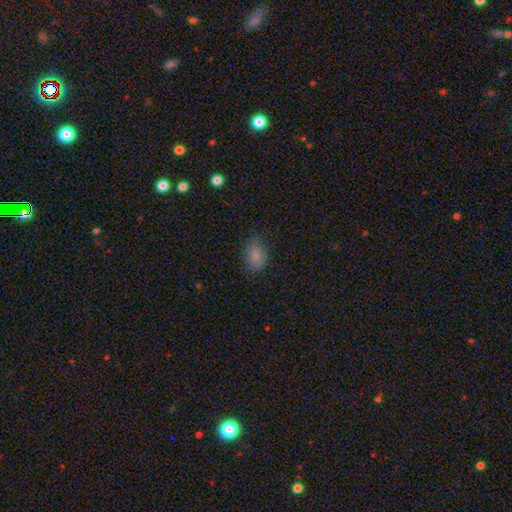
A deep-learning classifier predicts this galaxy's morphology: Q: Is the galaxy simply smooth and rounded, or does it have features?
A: smooth — 83%.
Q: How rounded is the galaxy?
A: in between — 85%.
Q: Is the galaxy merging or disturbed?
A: none — 75%.